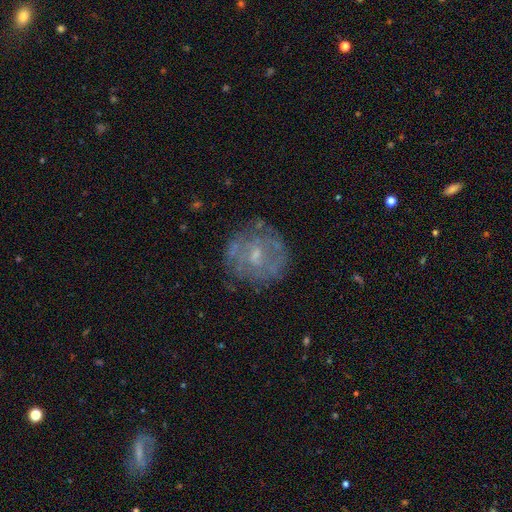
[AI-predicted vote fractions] featured or disk 65%, smooth 25%, star or artifact 10%. Down the decision tree: edge-on disk — no (97%); bar — no (53%); spiral arms — yes (52%); bulge size — small (56%); merging — none (73%).